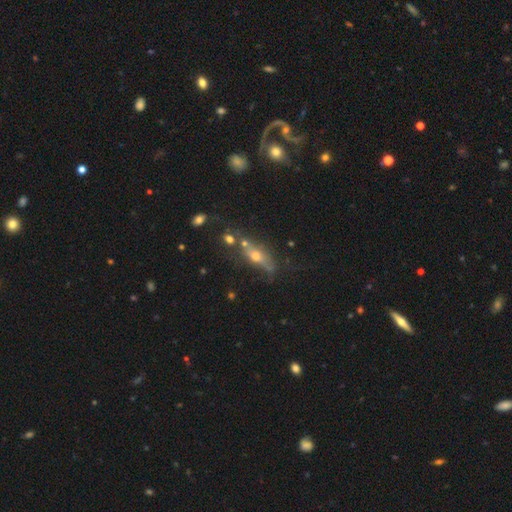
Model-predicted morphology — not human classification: Overall: featured or disk (45%; smooth 41%). Merging: none (52%; minor disturbance 20%).